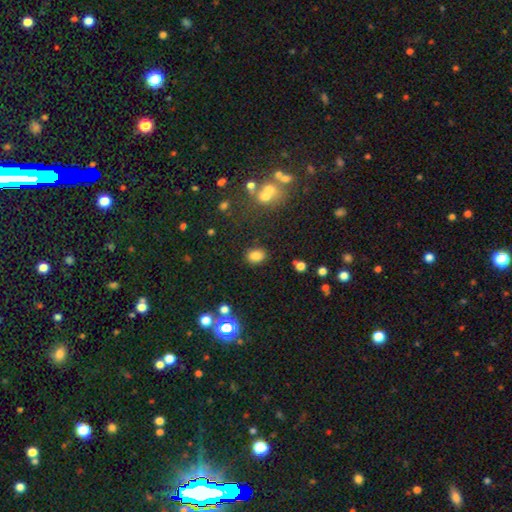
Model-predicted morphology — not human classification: Q: Smooth or featured?
A: smooth (80%); runner-up: star or artifact (14%)
Q: How rounded?
A: in between (64%); runner-up: round (34%)
Q: Merging?
A: none (85%); runner-up: minor disturbance (9%)